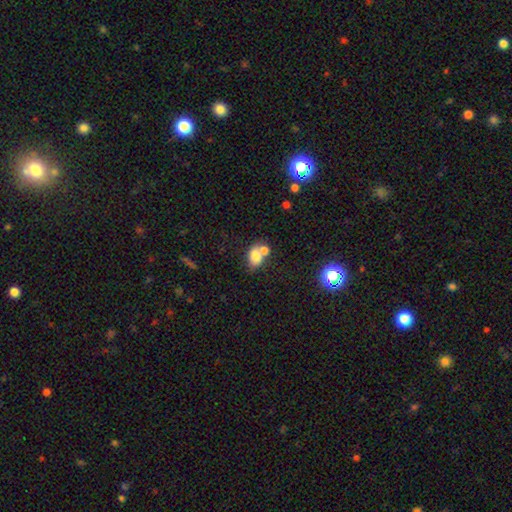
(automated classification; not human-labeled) A smooth galaxy with no disk features (76%) that is in between round and cigar-shaped (72%). Merging: merger (47%).